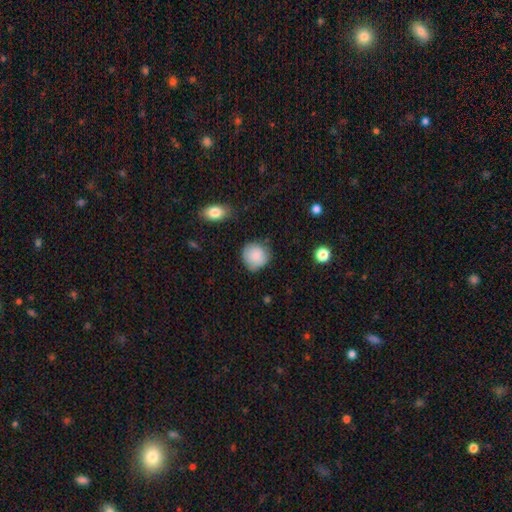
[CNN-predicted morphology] smooth-or-featured: smooth: 87% | star or artifact: 7% | featured or disk: 6%
  how-rounded: round: 89% | in between: 10% | cigar-shaped: 1%
  merging: none: 74% | minor disturbance: 20% | major disturbance: 4% | merger: 2%